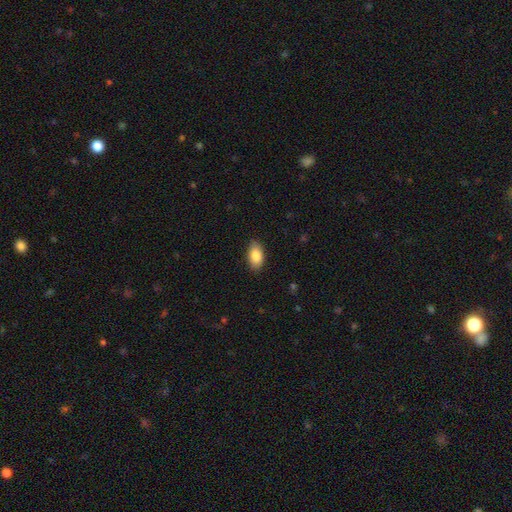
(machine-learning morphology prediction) smooth-or-featured: smooth: 86% | featured or disk: 8% | star or artifact: 7%
  how-rounded: in between: 93% | round: 4% | cigar-shaped: 3%
  merging: none: 88% | minor disturbance: 9% | major disturbance: 2% | merger: 1%